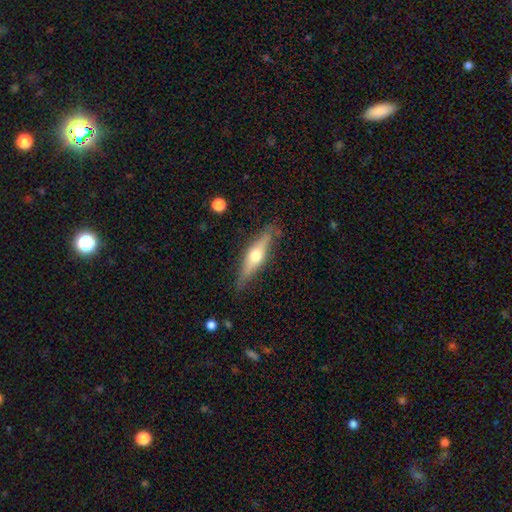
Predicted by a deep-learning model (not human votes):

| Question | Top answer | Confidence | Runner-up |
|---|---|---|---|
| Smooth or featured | featured or disk | 59% | smooth (35%) |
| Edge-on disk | yes | 93% | no (7%) |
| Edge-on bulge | rounded | 94% | boxy (3%) |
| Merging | none | 84% | minor disturbance (12%) |